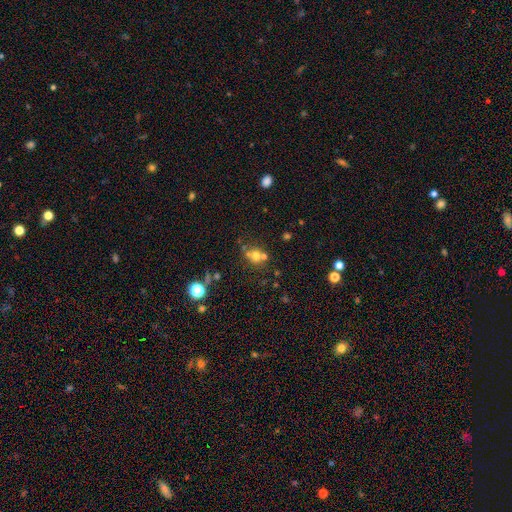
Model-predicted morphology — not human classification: Smooth or featured?
  - smooth: 62% *
  - star or artifact: 23%
  - featured or disk: 15%
How rounded?
  - round: 80% *
  - in between: 19%
  - cigar-shaped: 1%
Merging?
  - none: 52% *
  - merger: 34%
  - minor disturbance: 9%
  - major disturbance: 5%